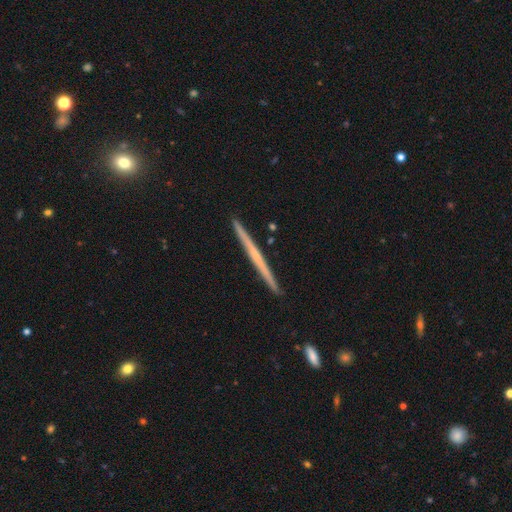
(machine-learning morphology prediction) The model was most divided on "smooth or featured": featured or disk: 61%, smooth: 34%, star or artifact: 5%. More confident: edge-on disk — yes (98%); merging — none (92%); edge-on bulge — none (80%).